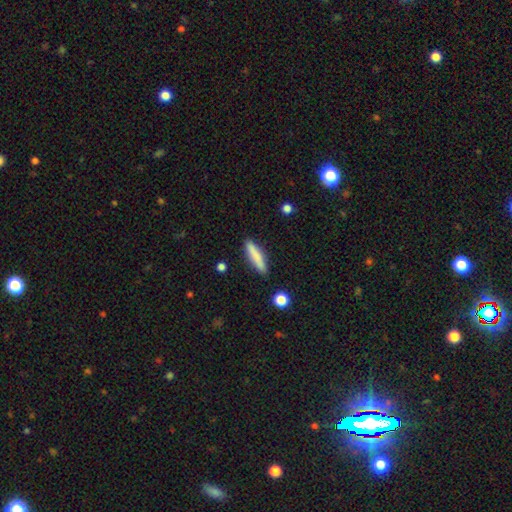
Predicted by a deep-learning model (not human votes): A smooth galaxy with no disk features (79%) that is cigar-shaped (84%). Merging: none (87%).